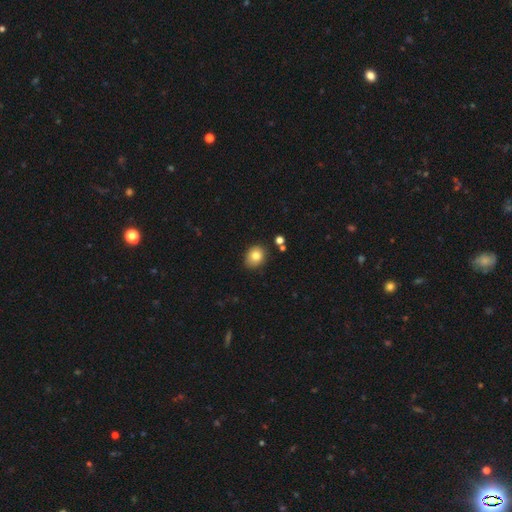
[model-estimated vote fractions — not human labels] This is clearly a smooth galaxy (81%). How rounded: possibly round (55%). Merging: clearly none (82%).